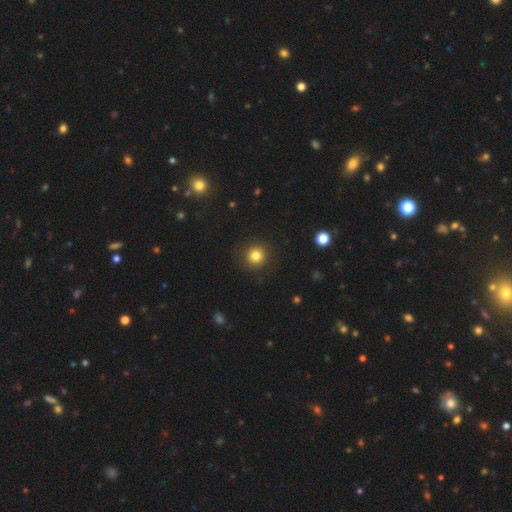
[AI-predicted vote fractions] Q: Smooth or featured?
A: smooth (82%); runner-up: star or artifact (12%)
Q: How rounded?
A: round (93%); runner-up: in between (6%)
Q: Merging?
A: none (90%); runner-up: minor disturbance (6%)